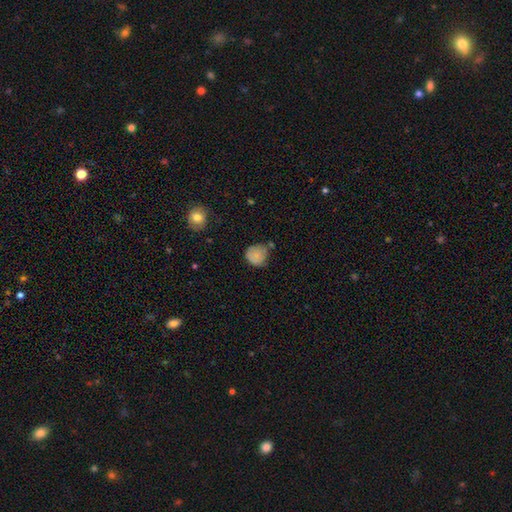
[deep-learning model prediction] Smooth or featured?
  - smooth: 83% *
  - star or artifact: 9%
  - featured or disk: 8%
How rounded?
  - round: 83% *
  - in between: 16%
  - cigar-shaped: 1%
Merging?
  - none: 57% *
  - minor disturbance: 30%
  - major disturbance: 7%
  - merger: 7%